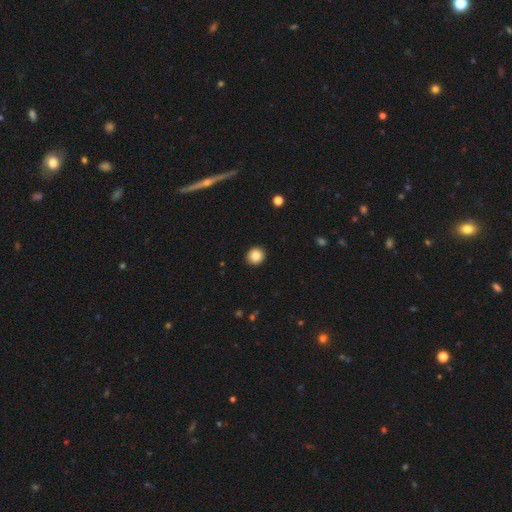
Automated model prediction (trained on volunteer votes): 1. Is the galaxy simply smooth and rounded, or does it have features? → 86% smooth, 10% star or artifact, 4% featured or disk.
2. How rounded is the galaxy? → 92% round, 7% in between, 1% cigar-shaped.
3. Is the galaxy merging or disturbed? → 93% none, 5% minor disturbance, 2% major disturbance, 1% merger.